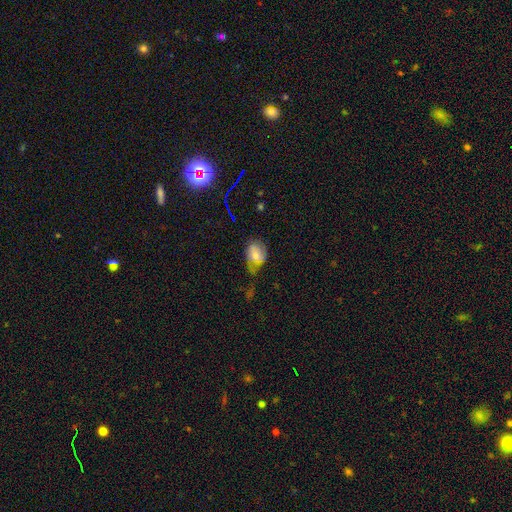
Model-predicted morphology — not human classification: The model was most divided on "merging": minor disturbance: 37%, none: 32%, major disturbance: 27%, merger: 4%. More confident: how rounded — in between (72%); smooth or featured — smooth (57%).